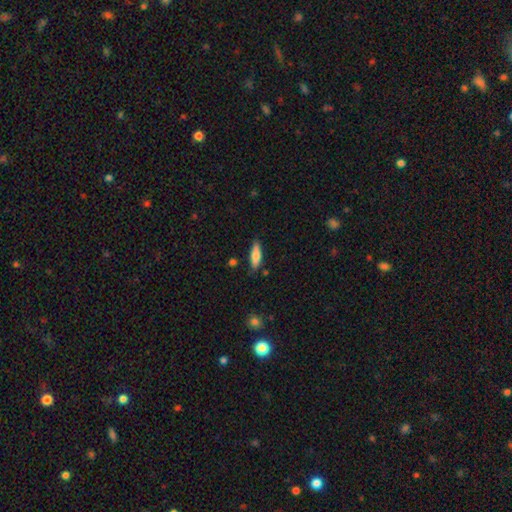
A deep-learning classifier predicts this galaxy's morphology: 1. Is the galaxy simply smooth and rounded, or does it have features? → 75% smooth, 19% featured or disk, 6% star or artifact.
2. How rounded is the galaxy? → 55% cigar-shaped, 44% in between, 2% round.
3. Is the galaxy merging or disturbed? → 82% none, 14% minor disturbance, 3% major disturbance, 2% merger.